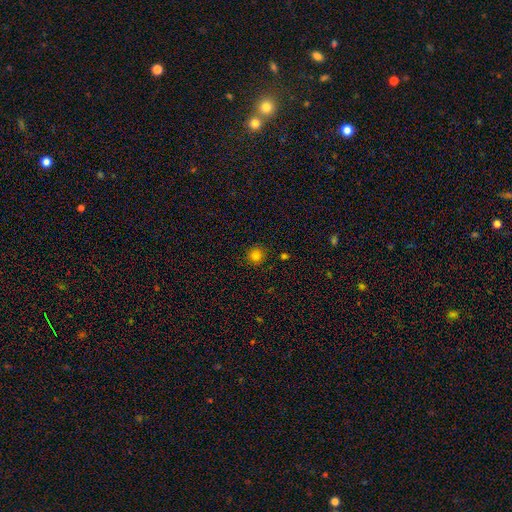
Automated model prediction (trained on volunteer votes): Smooth or featured: smooth — 81% (star or artifact — 14%)
How rounded: round — 93% (in between — 6%)
Merging: none — 90% (minor disturbance — 7%)